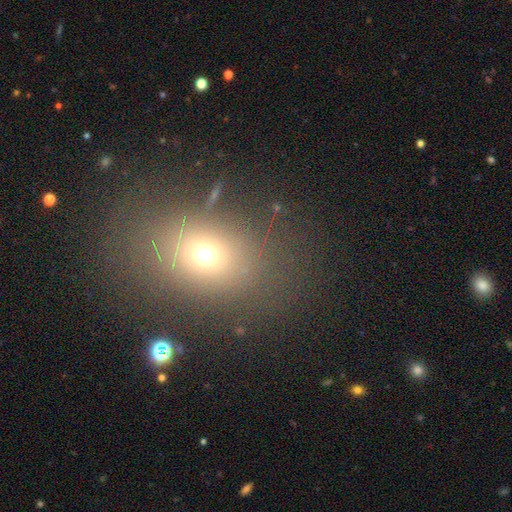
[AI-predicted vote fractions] Q: Smooth or featured?
A: smooth (62%); runner-up: star or artifact (25%)
Q: How rounded?
A: in between (58%); runner-up: round (40%)
Q: Merging?
A: none (83%); runner-up: minor disturbance (9%)